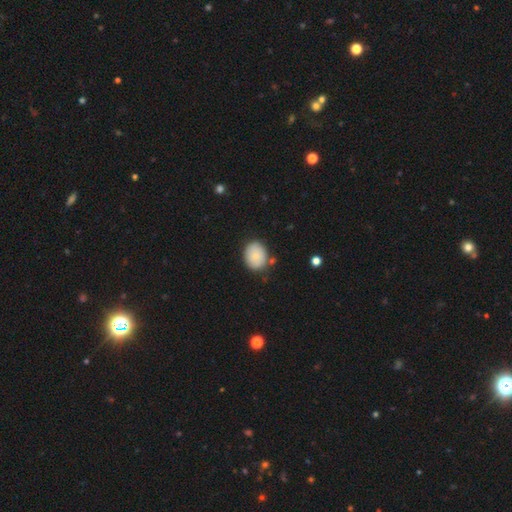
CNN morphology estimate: type=smooth (83%); roundness=round (54%); merging=none (77%).